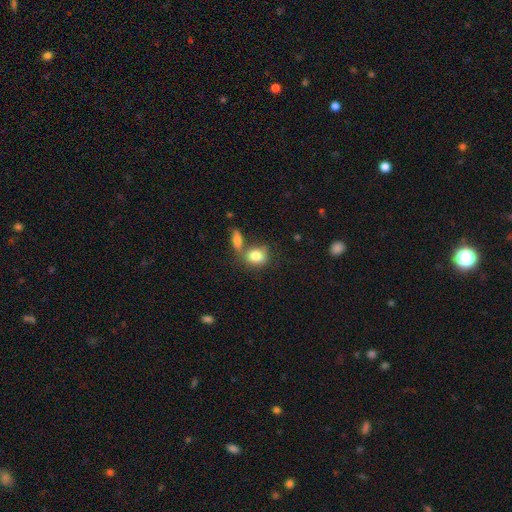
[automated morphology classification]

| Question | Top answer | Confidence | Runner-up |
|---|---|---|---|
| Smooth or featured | smooth | 82% | featured or disk (10%) |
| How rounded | in between | 53% | round (45%) |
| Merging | none | 41% | tied: merger (41%) |